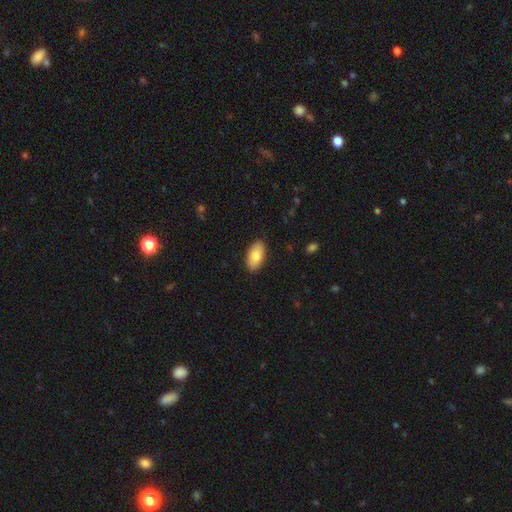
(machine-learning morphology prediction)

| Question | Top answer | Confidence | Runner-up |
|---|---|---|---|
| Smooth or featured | smooth | 80% | featured or disk (13%) |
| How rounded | in between | 94% | round (3%) |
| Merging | none | 88% | minor disturbance (9%) |